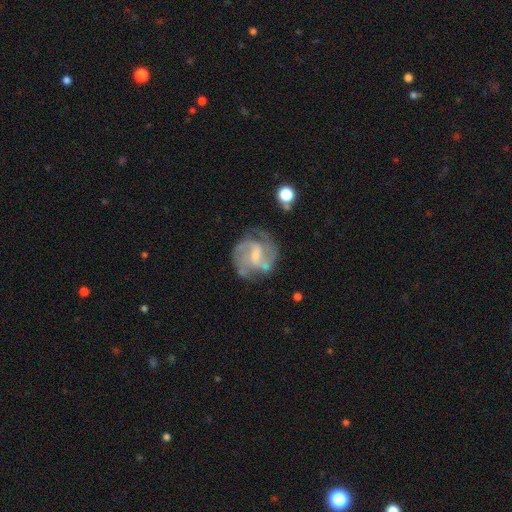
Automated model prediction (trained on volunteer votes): A featured or disk galaxy (83%) with a weak bar (56%), 2 (64%) medium (53%) spiral arms (94%) and a small central bulge (60%).

Vote fractions:
- Smooth or featured? featured or disk: 83% / smooth: 11% / star or artifact: 6%
- Edge-on disk? no: 98% / yes: 2%
- Bar? weak: 56% / no: 23% / strong: 21%
- Spiral arms? yes: 94% / no: 6%
- Spiral winding? medium: 53% / tight: 27% / loose: 20%
- Spiral arm count? 2: 64% / 3: 15% / can't tell: 13% / 1: 3% / 4: 3% / more than 4: 2%
- Bulge size? small: 60% / moderate: 28% / none: 9% / large: 2% / dominant: 1%
- Merging? none: 64% / minor disturbance: 21% / major disturbance: 12% / merger: 4%